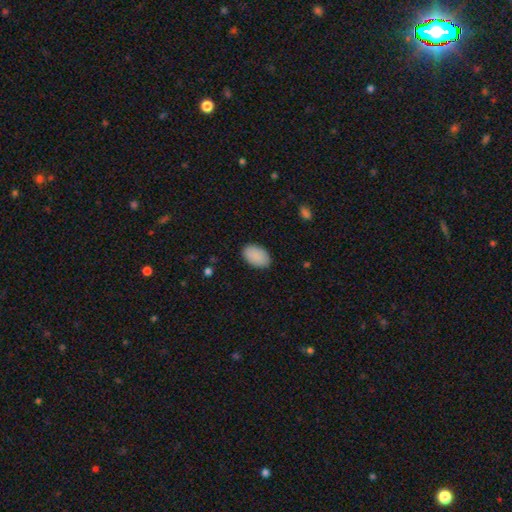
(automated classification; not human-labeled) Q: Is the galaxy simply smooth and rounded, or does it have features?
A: smooth — 90%.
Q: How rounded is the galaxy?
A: in between — 92%.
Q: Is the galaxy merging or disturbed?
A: none — 87%.